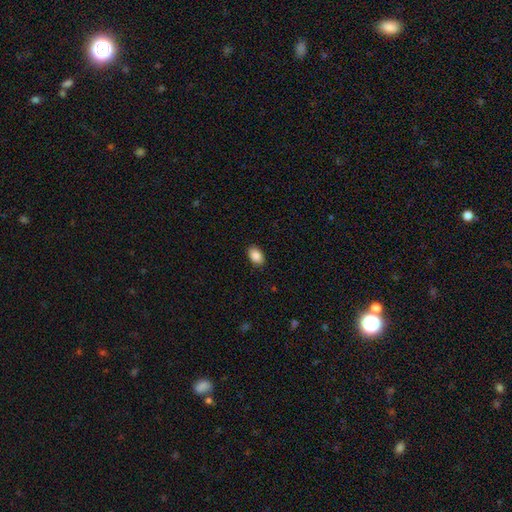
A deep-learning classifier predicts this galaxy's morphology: Overall: smooth (88%). How rounded: in between (88%). Merging: none (90%).